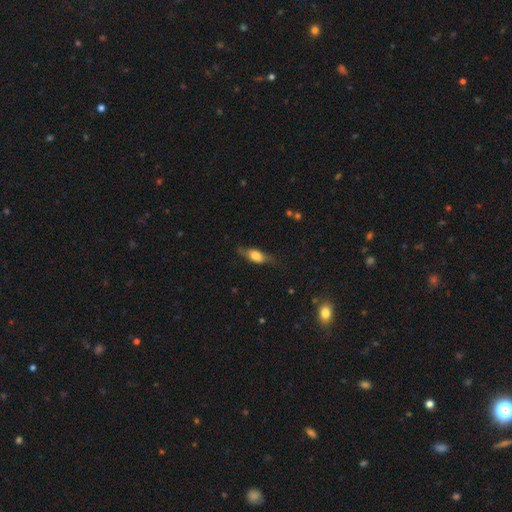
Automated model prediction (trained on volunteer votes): This appears to be a smooth galaxy with no disk features (52%) that is in between round and cigar-shaped (70%). Merging: none (68%).